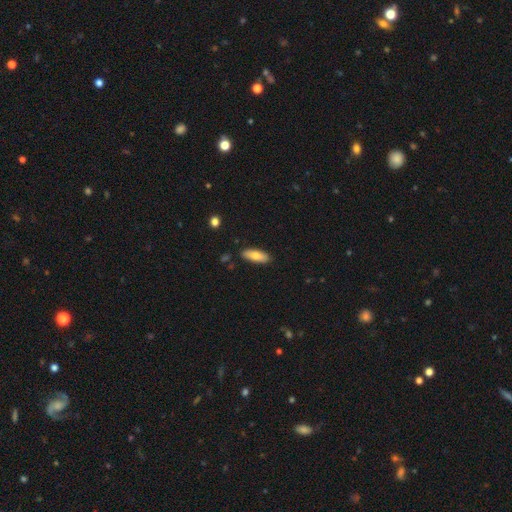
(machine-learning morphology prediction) smooth_or_featured: smooth (p=0.77) [alt: featured or disk p=0.16]
how_rounded: in between (p=0.65) [alt: cigar-shaped p=0.33]
merging: none (p=0.87) [alt: minor disturbance p=0.10]